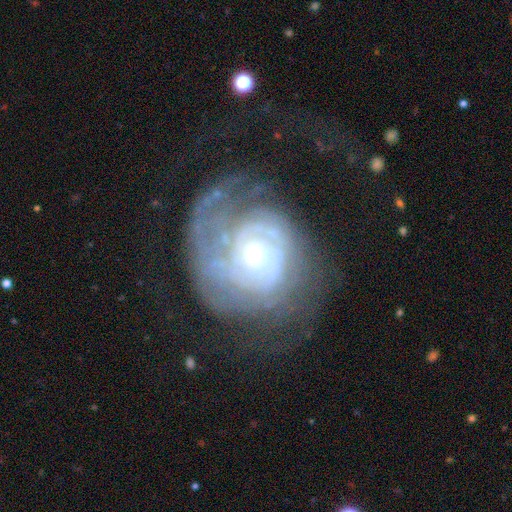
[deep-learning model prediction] Overall: featured or disk (83%). Edge-on disk: no (97%). Bar: no (75%). Spiral arms: yes (89%). Spiral arm count: can't tell (42%; 2 26%). Spiral winding: tight (67%). Bulge size: small (59%; moderate 35%). Merging: none (50%; major disturbance 27%).